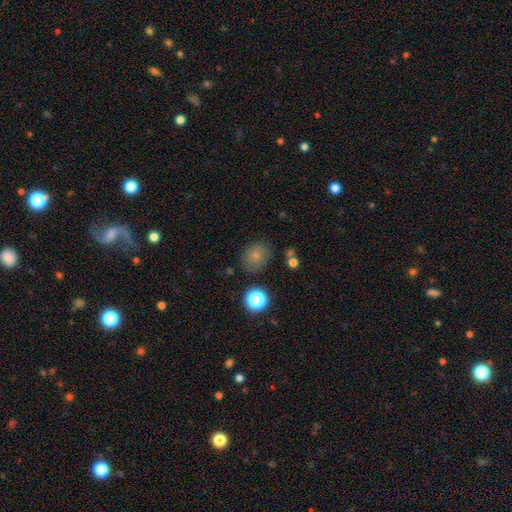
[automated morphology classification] This appears to be a smooth galaxy with no disk features (77%) that is round (67%). Merging: none (80%).